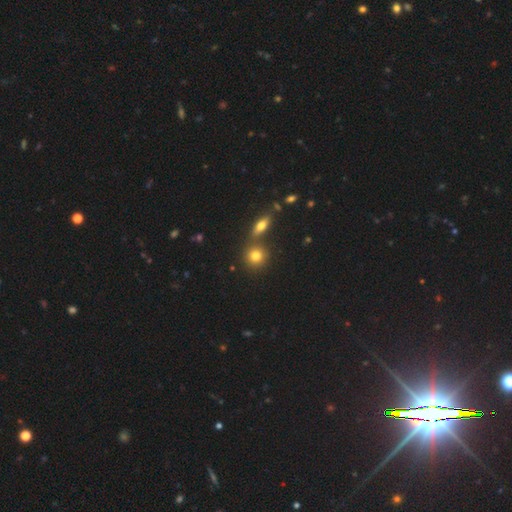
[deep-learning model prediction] Overall: smooth (77%). How rounded: round (86%). Merging: none (68%).